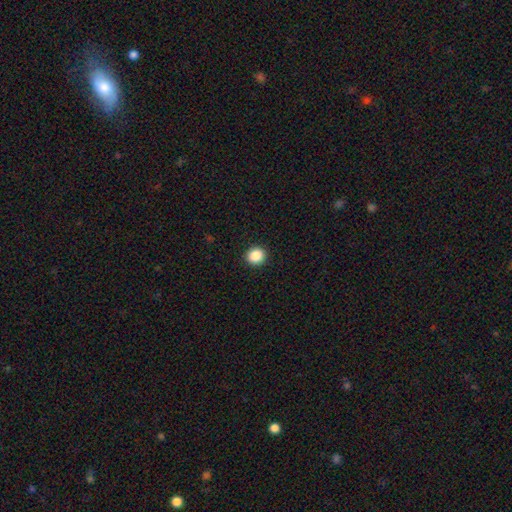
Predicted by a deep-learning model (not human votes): Morphology: type=smooth (88%); roundness=round (87%); merging=none (92%).